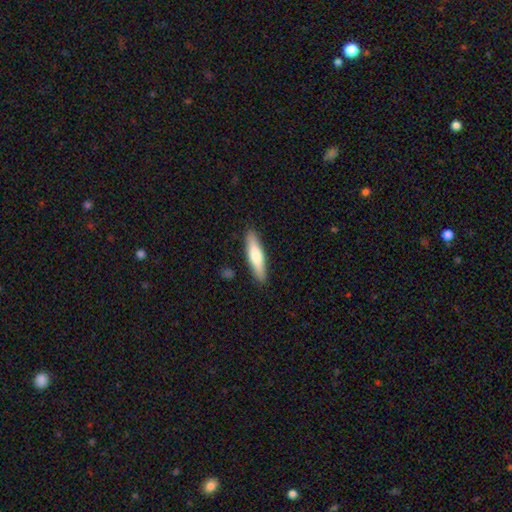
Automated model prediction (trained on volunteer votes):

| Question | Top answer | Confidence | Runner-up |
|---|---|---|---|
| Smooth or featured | smooth | 66% | featured or disk (29%) |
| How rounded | cigar-shaped | 78% | in between (21%) |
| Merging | none | 89% | minor disturbance (8%) |